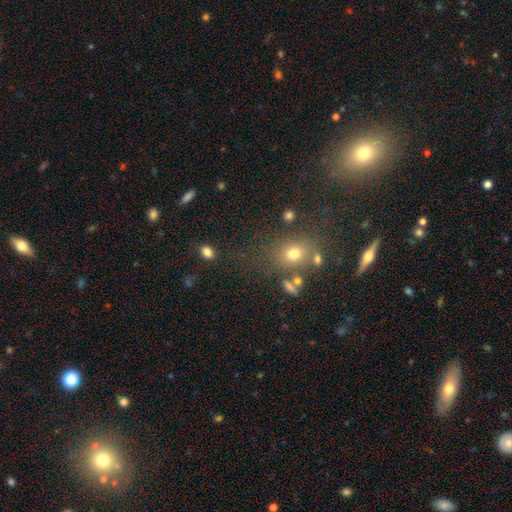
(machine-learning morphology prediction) smooth 47%, star or artifact 40%, featured or disk 12%. Down the decision tree: merging — none (66%).